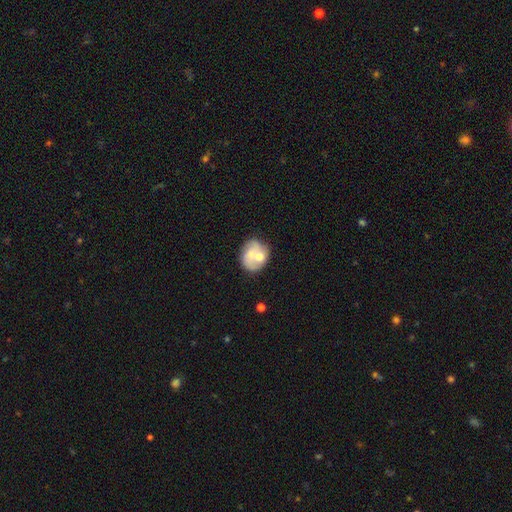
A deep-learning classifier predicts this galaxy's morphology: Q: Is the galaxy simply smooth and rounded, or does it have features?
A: smooth — 49%.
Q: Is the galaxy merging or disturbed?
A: merger — 44%.